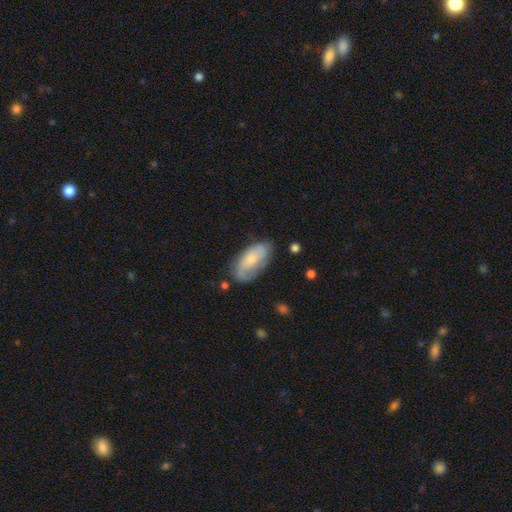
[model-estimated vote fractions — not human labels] smooth-or-featured: featured or disk: 46% | smooth: 43% | star or artifact: 11%
  merging: none: 71% | minor disturbance: 21% | major disturbance: 6% | merger: 2%